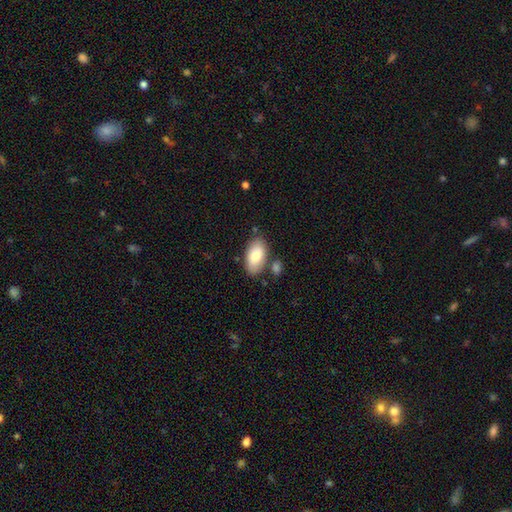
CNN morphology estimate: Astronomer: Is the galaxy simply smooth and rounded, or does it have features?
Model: smooth — 79%.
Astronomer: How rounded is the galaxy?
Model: in between — 94%.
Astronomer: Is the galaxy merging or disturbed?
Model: none — 74%.